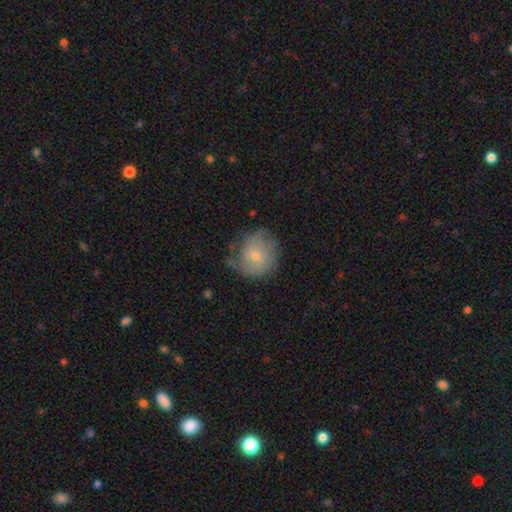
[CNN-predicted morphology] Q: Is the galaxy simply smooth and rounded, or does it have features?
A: smooth — 49%.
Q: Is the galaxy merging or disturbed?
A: none — 59%.